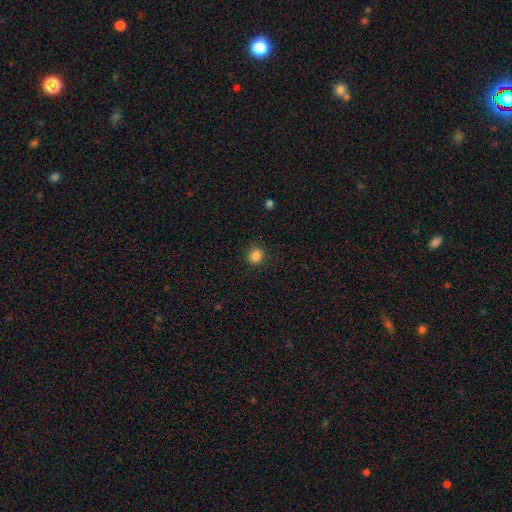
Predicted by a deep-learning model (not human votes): A smooth galaxy with no disk features (86%) that is round (80%). Merging: none (88%).